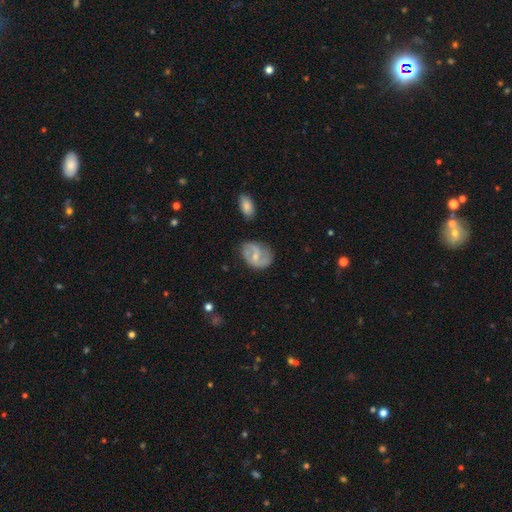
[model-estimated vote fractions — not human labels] featured or disk 68%, smooth 25%, star or artifact 6%. Down the decision tree: edge-on disk — no (97%); bar — weak (51%); spiral arms — yes (85%); spiral arm count — 2 (84%); spiral winding — medium (44%); bulge size — small (57%); merging — none (67%).